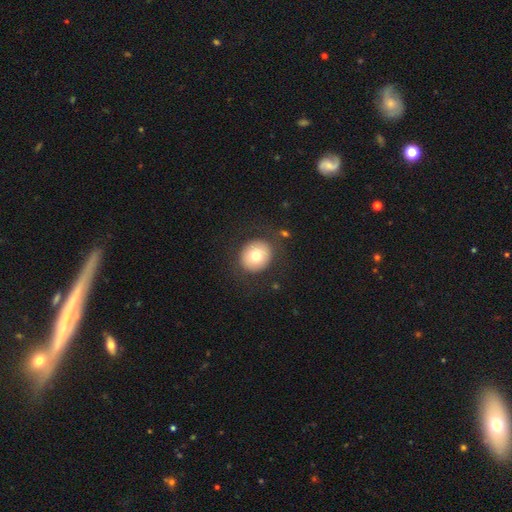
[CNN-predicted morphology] A smooth galaxy with no disk features (74%) that is round (86%).

Vote fractions:
- Smooth or featured? smooth: 74% / featured or disk: 18% / star or artifact: 9%
- How rounded? round: 86% / in between: 13% / cigar-shaped: 1%
- Merging? none: 84% / minor disturbance: 9% / major disturbance: 6% / merger: 2%